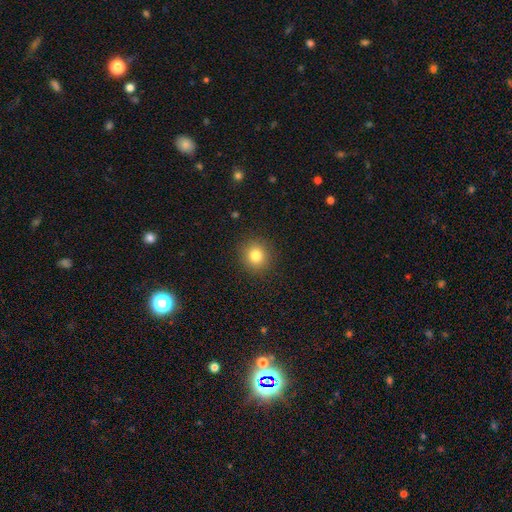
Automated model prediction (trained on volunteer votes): A smooth galaxy with no disk features (81%) that is round (89%).

Vote fractions:
- Smooth or featured? smooth: 81% / star or artifact: 12% / featured or disk: 7%
- How rounded? round: 89% / in between: 10% / cigar-shaped: 1%
- Merging? none: 90% / minor disturbance: 6% / major disturbance: 2% / merger: 1%